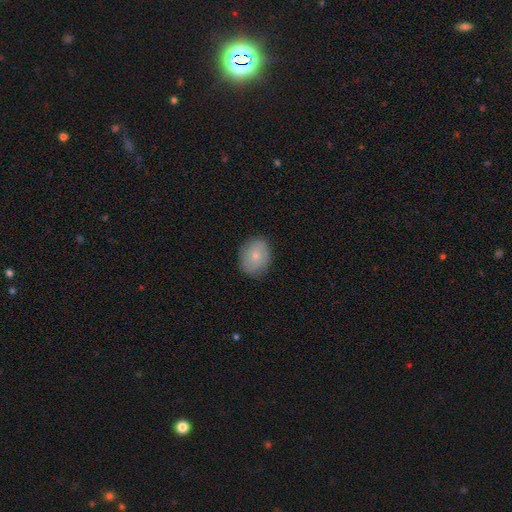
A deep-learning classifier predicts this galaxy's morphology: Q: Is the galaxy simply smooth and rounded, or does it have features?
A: smooth — 72%.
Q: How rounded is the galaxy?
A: round — 54%.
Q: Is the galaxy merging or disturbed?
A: none — 84%.